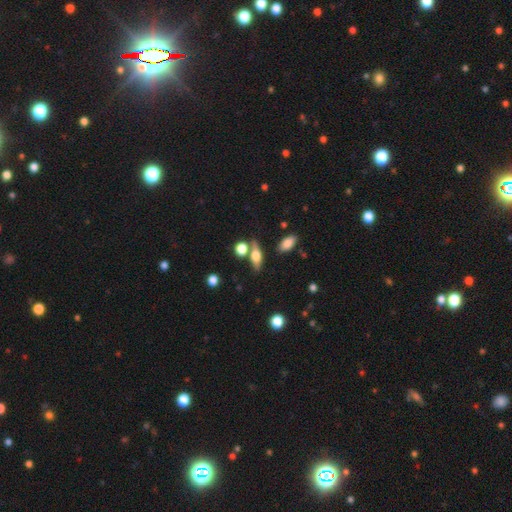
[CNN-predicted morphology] smooth 55%, featured or disk 34%, star or artifact 11%. Down the decision tree: how rounded — in between (57%); merging — none (65%).